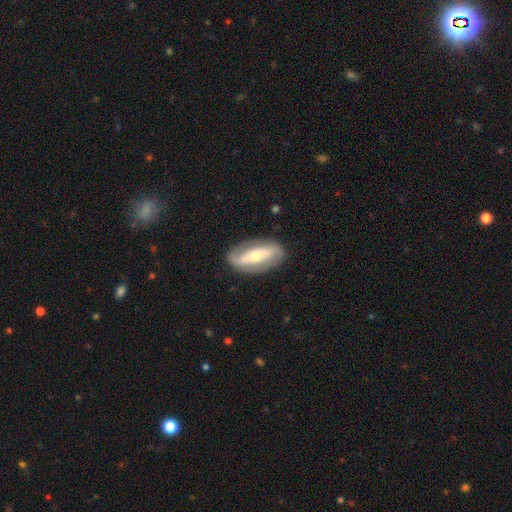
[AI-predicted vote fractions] Morphology: type=featured or disk (71%); edge-on=no (87%); bar=strong (55%); spiral arms=yes (71%); bulge=moderate (53%); merging=none (83%).